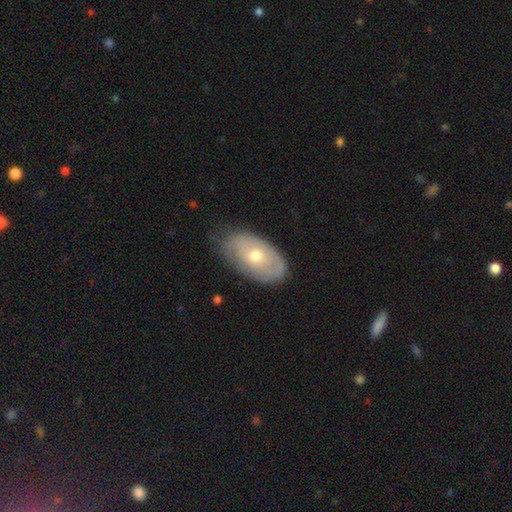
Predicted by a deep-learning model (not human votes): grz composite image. It shows a smooth galaxy with no disk features (50%). Merging: none (67%).